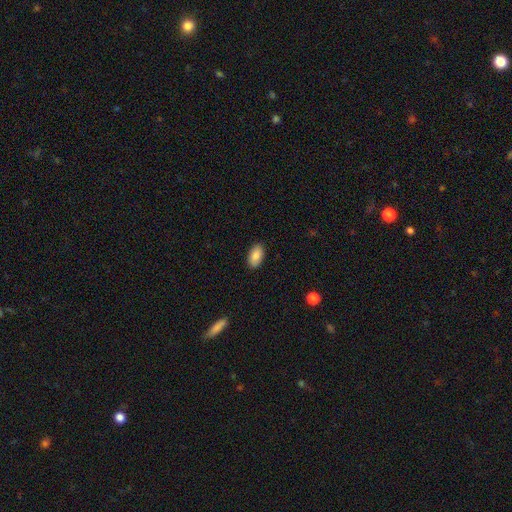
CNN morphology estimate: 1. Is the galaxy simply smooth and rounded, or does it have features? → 88% smooth, 7% star or artifact, 6% featured or disk.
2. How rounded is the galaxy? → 94% in between, 3% round, 3% cigar-shaped.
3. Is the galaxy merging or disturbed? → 89% none, 8% minor disturbance, 2% major disturbance, 1% merger.